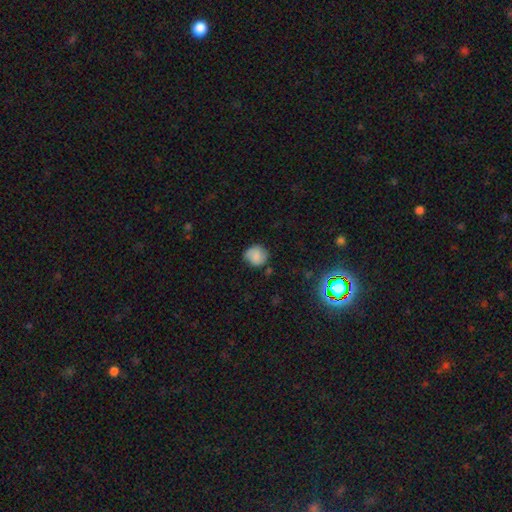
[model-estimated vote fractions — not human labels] A smooth galaxy with no disk features (69%) that is round (83%). Merging: none (75%).